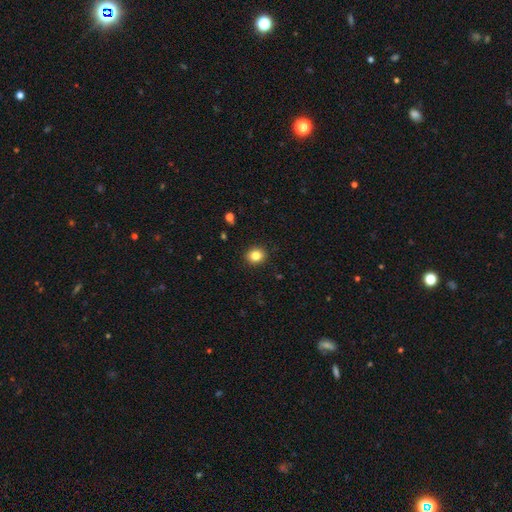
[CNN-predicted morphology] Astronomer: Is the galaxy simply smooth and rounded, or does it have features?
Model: smooth — 83%.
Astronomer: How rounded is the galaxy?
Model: round — 81%.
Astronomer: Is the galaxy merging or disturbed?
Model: none — 92%.